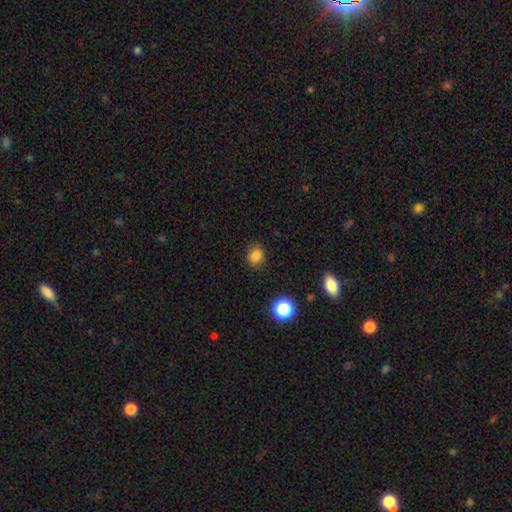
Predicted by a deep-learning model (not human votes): A smooth galaxy with no disk features (82%) that is round (61%).

Vote fractions:
- Smooth or featured? smooth: 82% / star or artifact: 14% / featured or disk: 5%
- How rounded? round: 61% / in between: 39% / cigar-shaped: 1%
- Merging? none: 84% / minor disturbance: 12% / major disturbance: 3% / merger: 1%